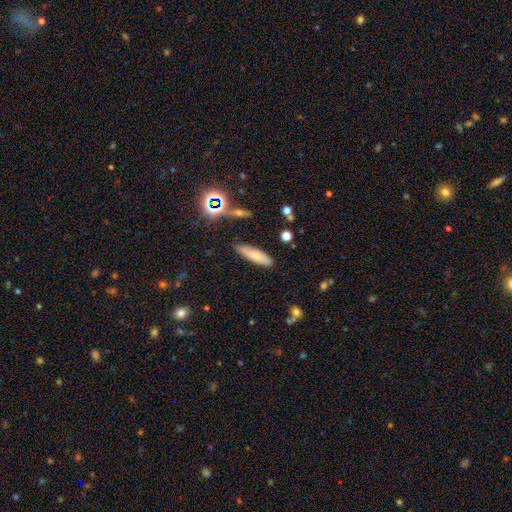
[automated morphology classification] Overall: smooth (73%). How rounded: cigar-shaped (64%; in between 34%). Merging: none (84%).